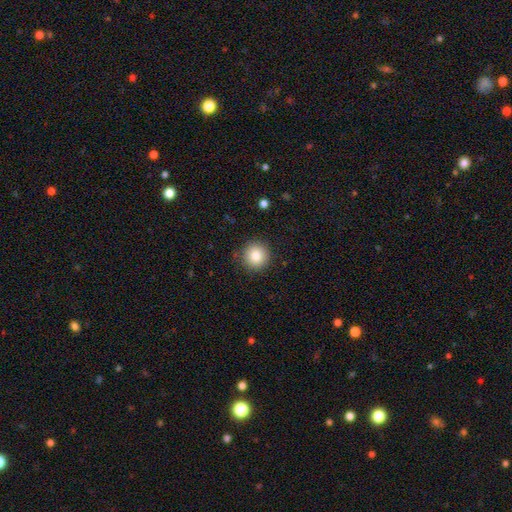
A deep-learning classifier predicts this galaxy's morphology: This is clearly a smooth galaxy (85%). How rounded: clearly round (93%). Merging: clearly none (88%).